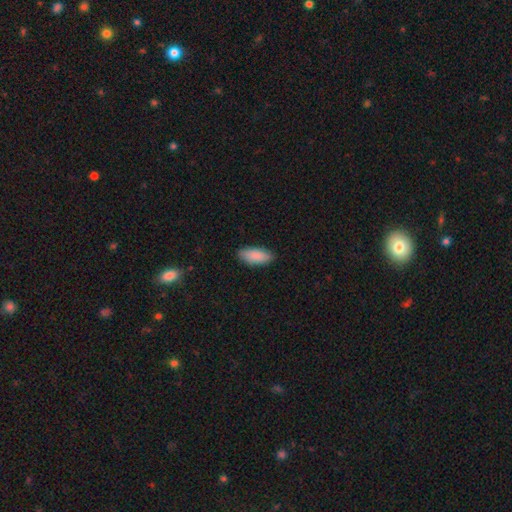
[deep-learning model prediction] A smooth galaxy with no disk features (89%) that is in between round and cigar-shaped (79%).

Vote fractions:
- Smooth or featured? smooth: 89% / star or artifact: 6% / featured or disk: 5%
- How rounded? in between: 79% / cigar-shaped: 20% / round: 2%
- Merging? none: 88% / minor disturbance: 9% / major disturbance: 2% / merger: 1%